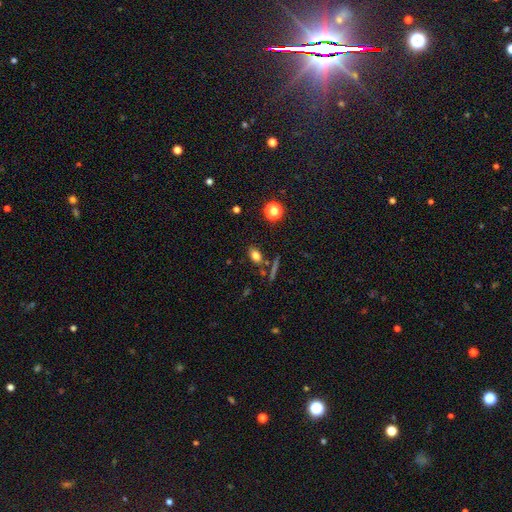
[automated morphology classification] Smooth or featured?
  - smooth: 77% *
  - star or artifact: 13%
  - featured or disk: 9%
How rounded?
  - in between: 74% *
  - round: 20%
  - cigar-shaped: 5%
Merging?
  - none: 76% *
  - minor disturbance: 11%
  - merger: 9%
  - major disturbance: 4%